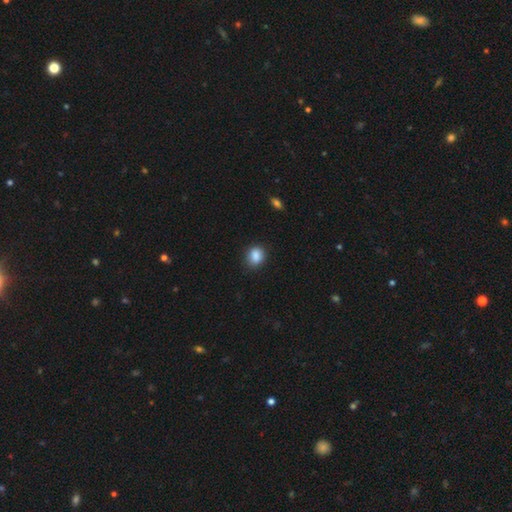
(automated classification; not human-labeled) smooth 87%, star or artifact 9%, featured or disk 4%. Down the decision tree: how rounded — in between (51%); merging — none (83%).